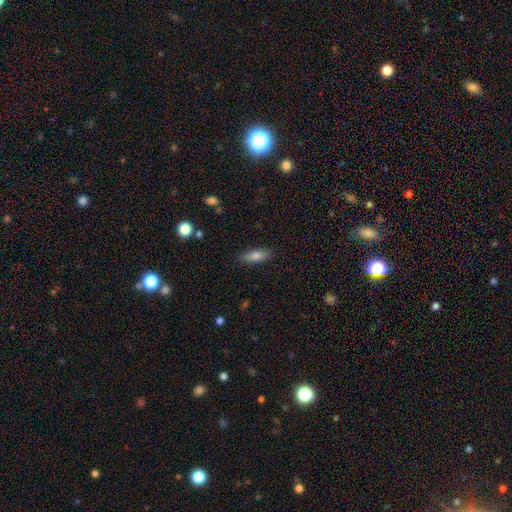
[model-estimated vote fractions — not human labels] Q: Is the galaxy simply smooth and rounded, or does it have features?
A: smooth — 73%.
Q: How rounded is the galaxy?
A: in between — 55%.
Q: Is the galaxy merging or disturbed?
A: none — 87%.